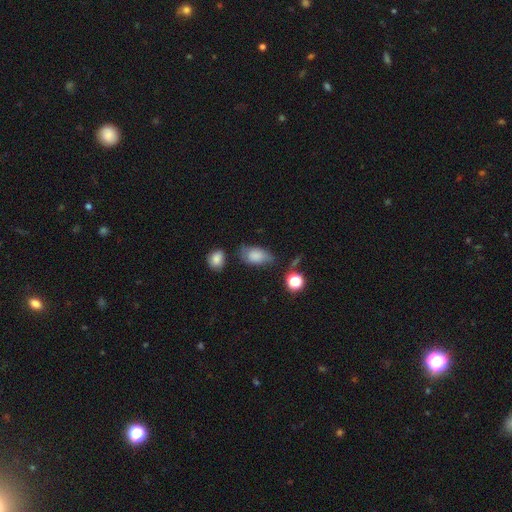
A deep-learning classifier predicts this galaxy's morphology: Smooth or featured? smooth (78%)
How rounded? in between (89%)
Merging? none (49%)